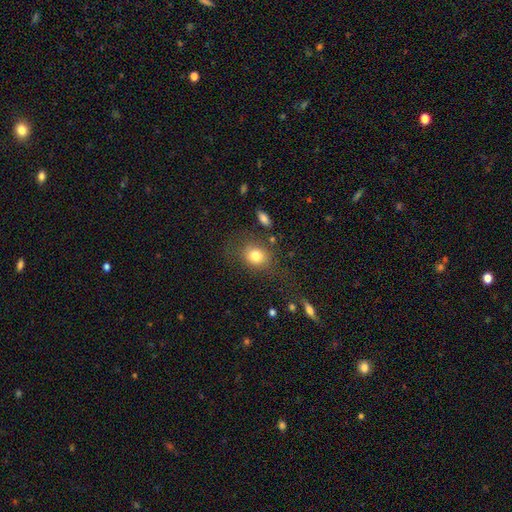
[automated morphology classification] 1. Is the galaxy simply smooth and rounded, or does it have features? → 79% smooth, 11% featured or disk, 10% star or artifact.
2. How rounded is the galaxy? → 55% round, 44% in between, 1% cigar-shaped.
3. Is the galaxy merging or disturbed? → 66% none, 18% minor disturbance, 11% major disturbance, 5% merger.